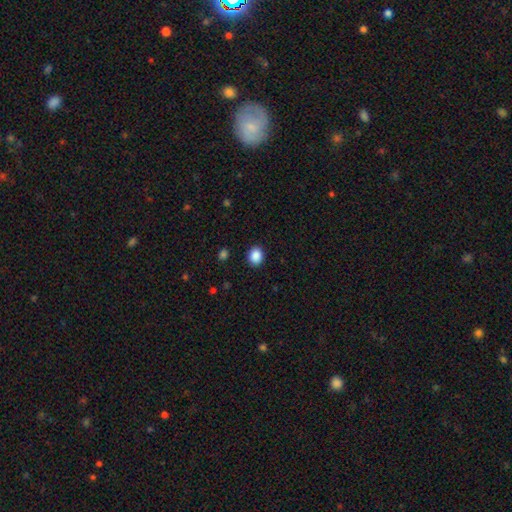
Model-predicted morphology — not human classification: This is clearly a smooth galaxy (88%). How rounded: likely round (63%). Merging: clearly none (90%).